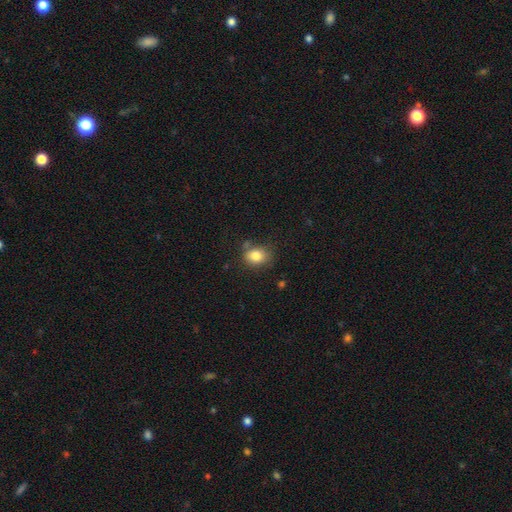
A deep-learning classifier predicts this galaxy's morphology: Smooth or featured? smooth (82%)
How rounded? round (50%)
Merging? none (69%)